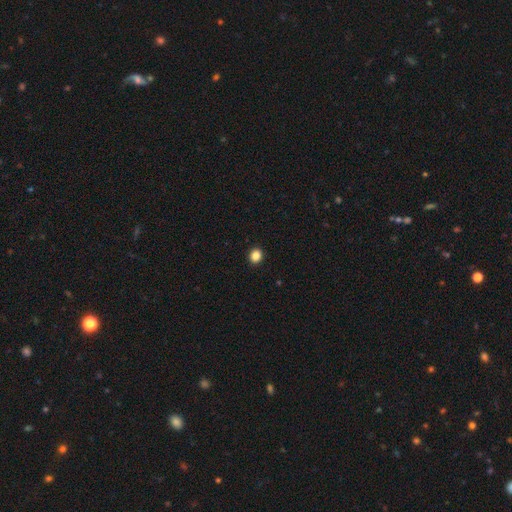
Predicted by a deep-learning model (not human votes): This appears to be a smooth galaxy with no disk features (86%) that is round (77%). Merging: none (93%).